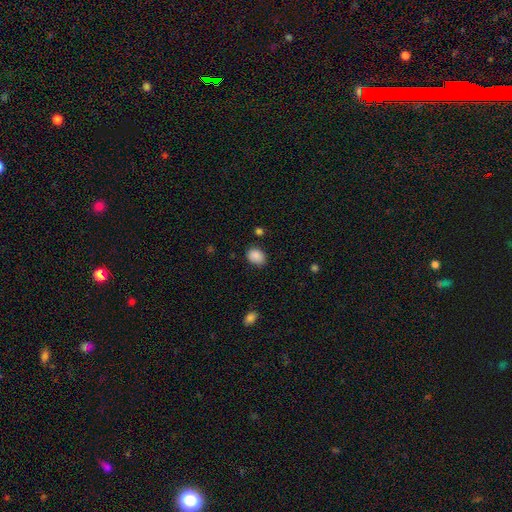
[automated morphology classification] A smooth galaxy with no disk features (88%) that is in between round and cigar-shaped (64%).

Vote fractions:
- Smooth or featured? smooth: 88% / star or artifact: 8% / featured or disk: 4%
- How rounded? in between: 64% / round: 35% / cigar-shaped: 1%
- Merging? none: 79% / minor disturbance: 16% / major disturbance: 3% / merger: 2%